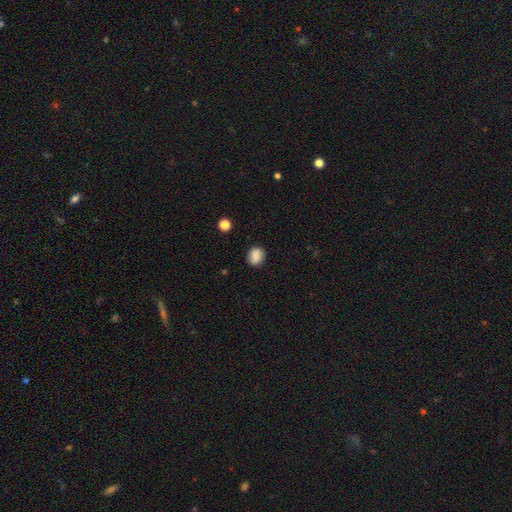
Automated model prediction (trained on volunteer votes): This appears to be a smooth galaxy with no disk features (84%) that is round (68%). Merging: none (82%).